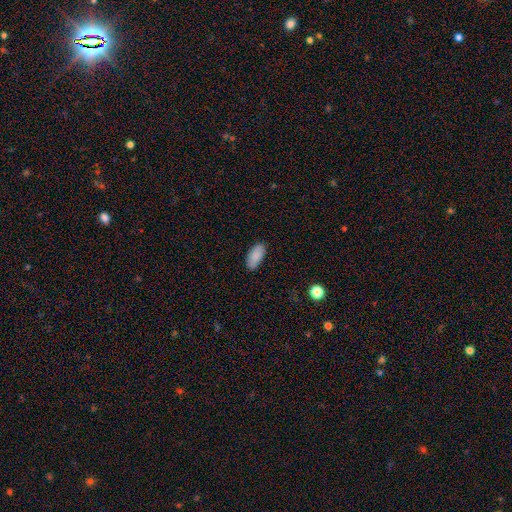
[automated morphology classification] This appears to be a smooth galaxy with no disk features (89%) that is in between round and cigar-shaped (91%). Merging: none (83%).